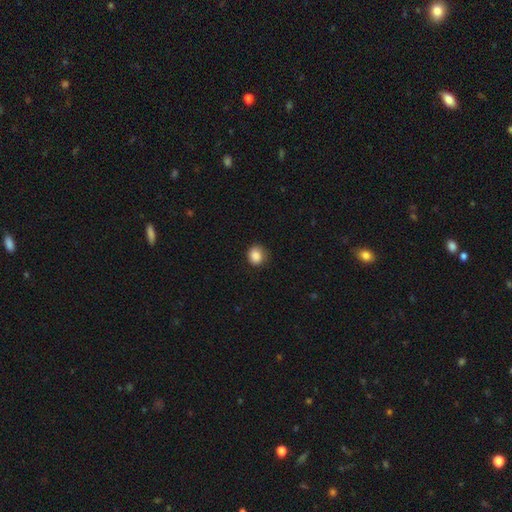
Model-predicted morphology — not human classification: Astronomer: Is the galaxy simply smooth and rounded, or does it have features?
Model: smooth — 88%.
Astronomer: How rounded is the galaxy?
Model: round — 73%.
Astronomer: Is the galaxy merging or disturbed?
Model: none — 77%.